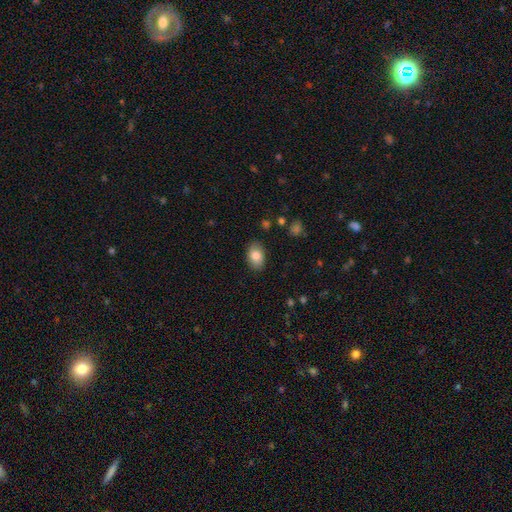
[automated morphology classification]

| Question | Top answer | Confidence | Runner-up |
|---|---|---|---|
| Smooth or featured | smooth | 84% | featured or disk (9%) |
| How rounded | in between | 84% | round (14%) |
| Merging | none | 86% | minor disturbance (10%) |